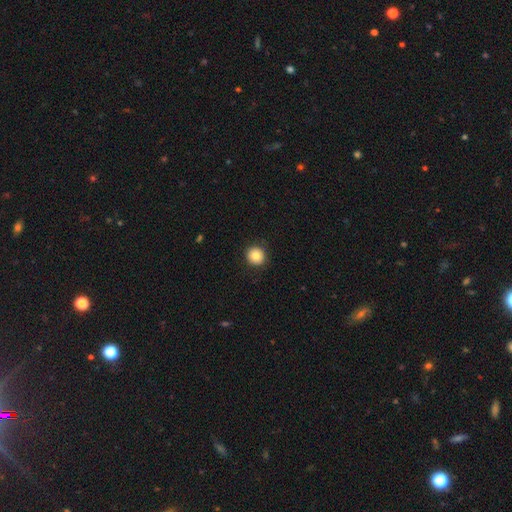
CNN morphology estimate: A smooth galaxy with no disk features (83%) that is round (91%). Merging: none (90%).